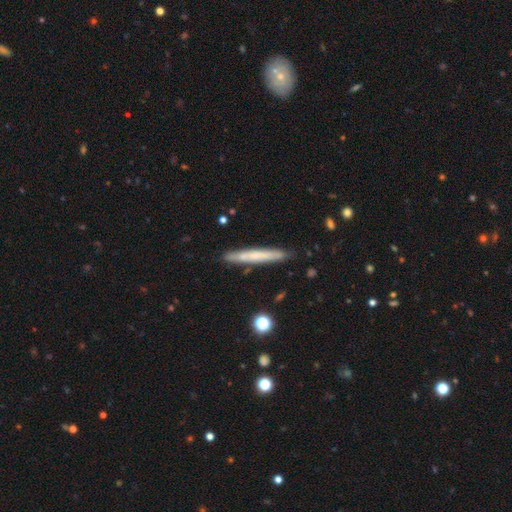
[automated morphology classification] This is possibly a smooth galaxy (58%). How rounded: clearly cigar-shaped (96%). Merging: clearly none (86%).